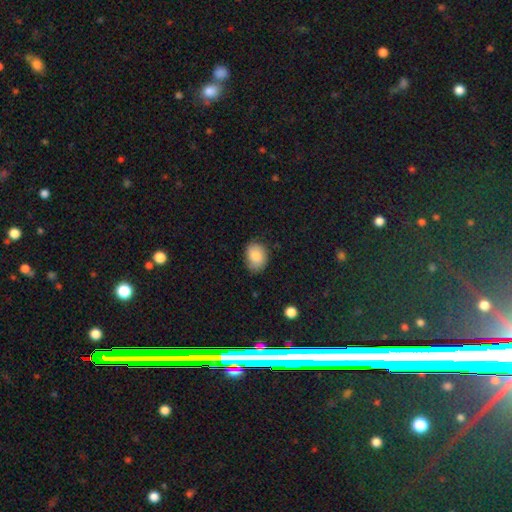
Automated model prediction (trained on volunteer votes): smooth-or-featured: smooth: 85% | featured or disk: 8% | star or artifact: 7%
  how-rounded: in between: 66% | round: 33% | cigar-shaped: 1%
  merging: none: 73% | minor disturbance: 22% | major disturbance: 4% | merger: 1%